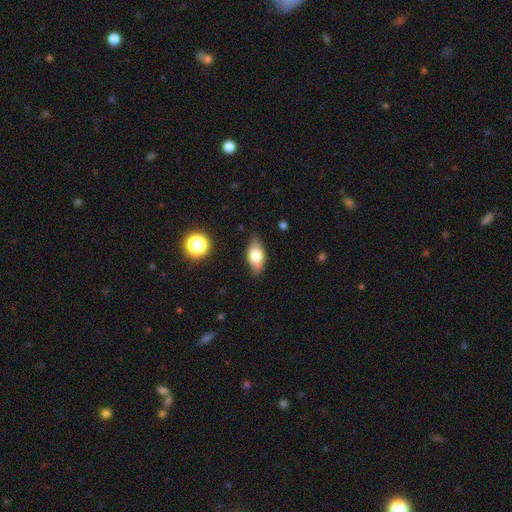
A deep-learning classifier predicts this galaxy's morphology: This appears to be a smooth galaxy with no disk features (71%) that is in between round and cigar-shaped (86%). Merging: none (83%).